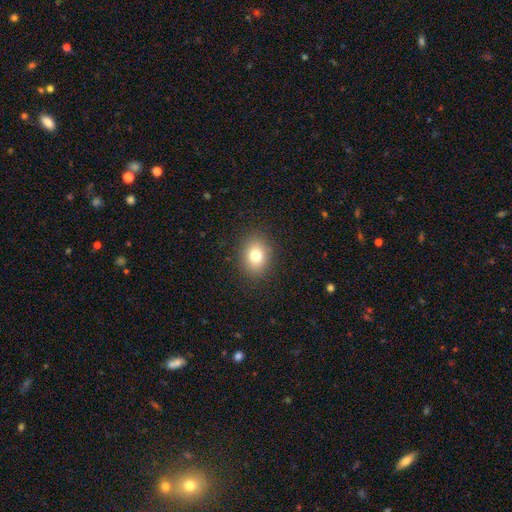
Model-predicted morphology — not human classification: smooth-or-featured: smooth: 77% | star or artifact: 12% | featured or disk: 10%
  how-rounded: in between: 50% | round: 49% | cigar-shaped: 1%
  merging: none: 88% | minor disturbance: 8% | major disturbance: 3% | merger: 1%